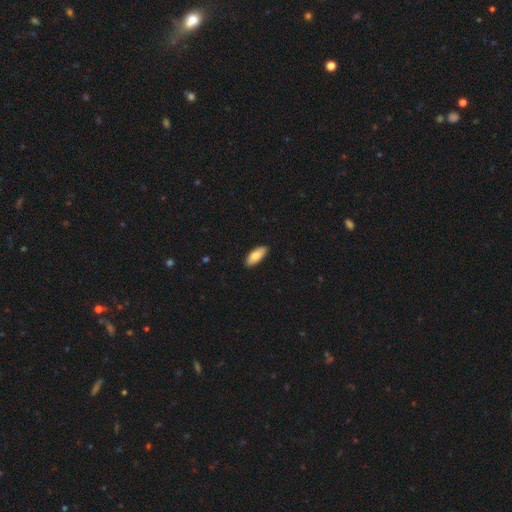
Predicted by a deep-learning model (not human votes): Smooth or featured?
  - smooth: 82% *
  - featured or disk: 13%
  - star or artifact: 6%
How rounded?
  - in between: 82% *
  - cigar-shaped: 16%
  - round: 2%
Merging?
  - none: 89% *
  - minor disturbance: 8%
  - major disturbance: 1%
  - merger: 1%